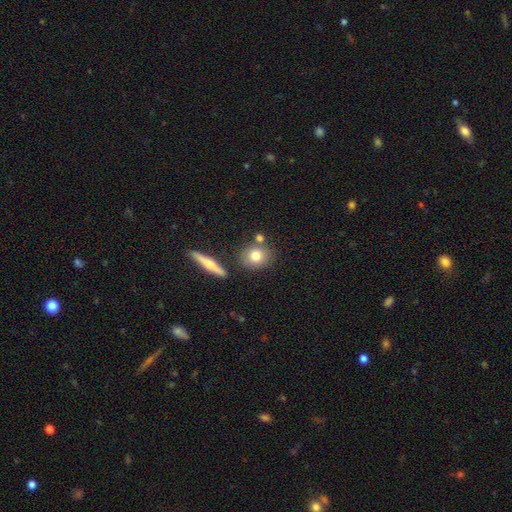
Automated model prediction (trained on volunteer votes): Q: Smooth or featured?
A: smooth (77%); runner-up: featured or disk (14%)
Q: How rounded?
A: round (67%); runner-up: in between (29%)
Q: Merging?
A: none (73%); runner-up: merger (13%)